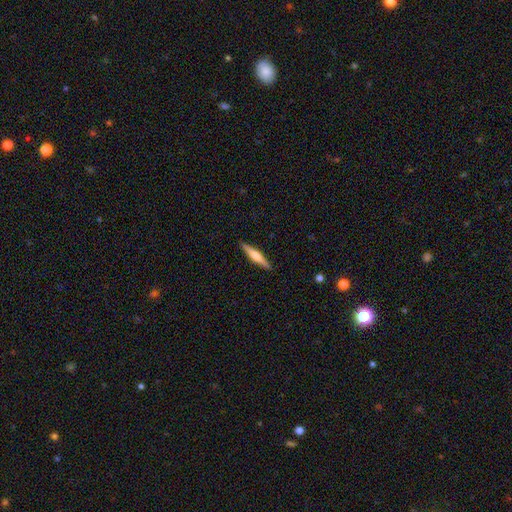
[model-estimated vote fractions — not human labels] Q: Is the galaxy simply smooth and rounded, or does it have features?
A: featured or disk — 60%.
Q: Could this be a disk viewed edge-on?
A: yes — 98%.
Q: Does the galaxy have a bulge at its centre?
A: rounded — 79%.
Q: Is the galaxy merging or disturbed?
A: none — 91%.